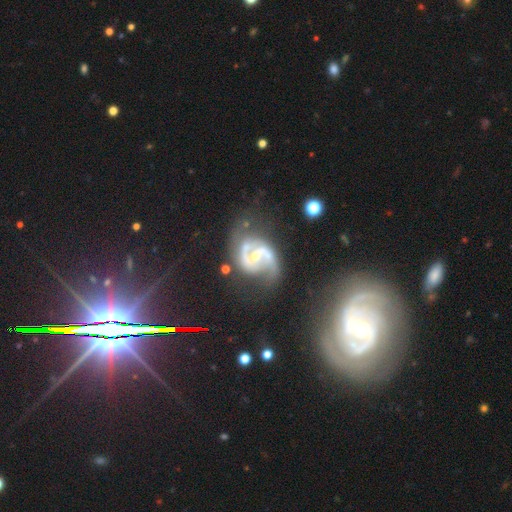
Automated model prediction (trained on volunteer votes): Overall: featured or disk (90%). Edge-on disk: no (98%). Bar: no (43%; weak 39%). Spiral arms: yes (97%). Spiral arm count: 2 (91%). Spiral winding: medium (58%; loose 26%). Bulge size: small (51%; moderate 45%). Merging: none (58%; minor disturbance 21%).